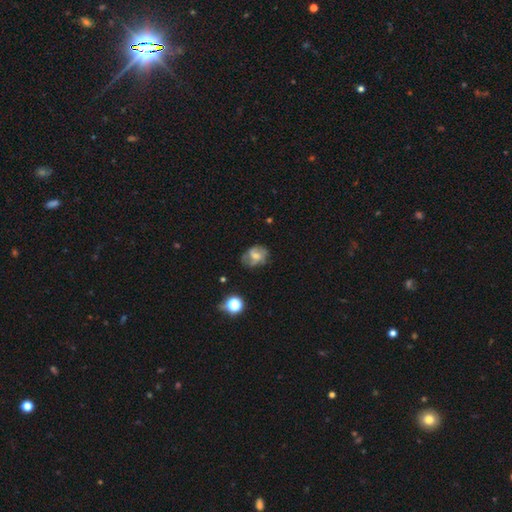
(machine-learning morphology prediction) The model was most divided on "bulge size": moderate: 45%, small: 41%, none: 9%, large: 4%, dominant: 1%. More confident: edge-on disk — no (97%); spiral arms — yes (72%); merging — none (56%); smooth or featured — featured or disk (55%); bar — no (51%).